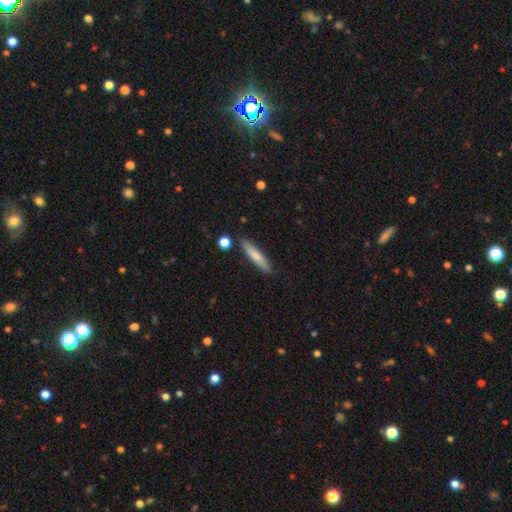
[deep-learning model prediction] Morphology: type=smooth (73%); roundness=cigar-shaped (87%); merging=none (85%).